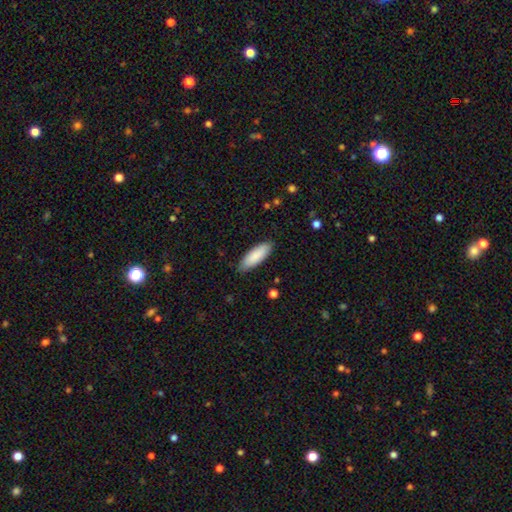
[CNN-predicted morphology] Smooth or featured? Predicted: smooth (p=0.88). How rounded? Predicted: in between (p=0.61). Merging? Predicted: none (p=0.86).